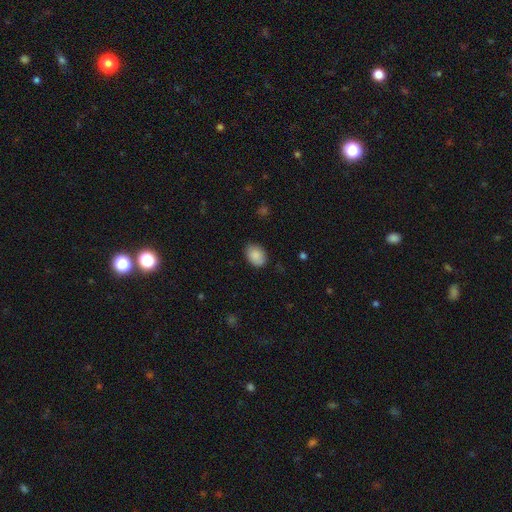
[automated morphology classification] Smooth or featured? Predicted: smooth (p=0.88). How rounded? Predicted: in between (p=0.79). Merging? Predicted: none (p=0.82).